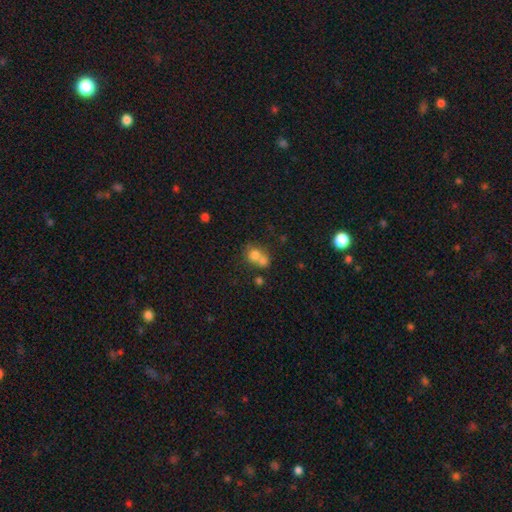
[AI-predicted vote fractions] Smooth or featured: smooth — 70% (featured or disk — 17%)
How rounded: round — 74% (in between — 25%)
Merging: merger — 59% (none — 31%)